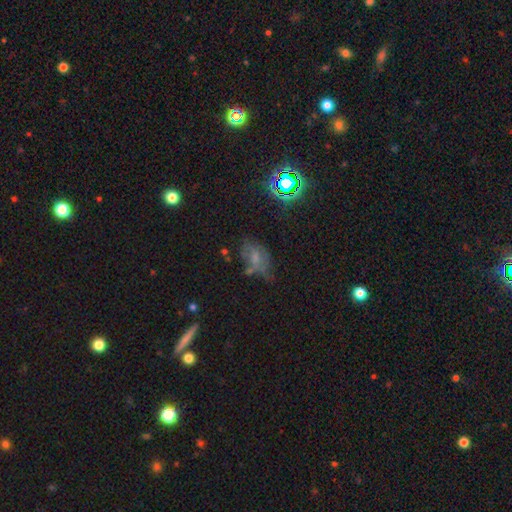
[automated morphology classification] smooth 38%, featured or disk 31%, star or artifact 31%. Down the decision tree: merging — none (48%).